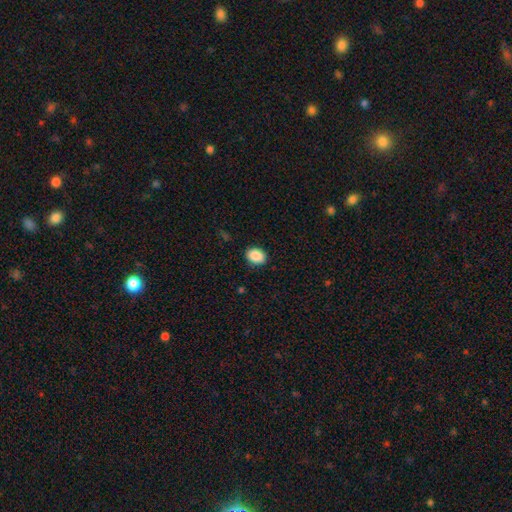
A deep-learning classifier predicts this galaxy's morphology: Q: Smooth or featured?
A: smooth (90%); runner-up: star or artifact (8%)
Q: How rounded?
A: in between (69%); runner-up: round (30%)
Q: Merging?
A: none (88%); runner-up: minor disturbance (9%)